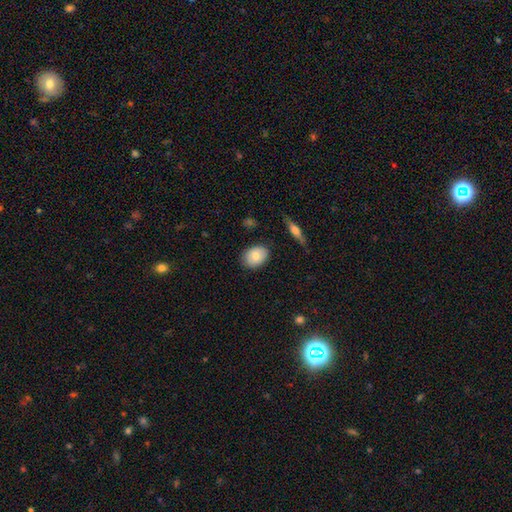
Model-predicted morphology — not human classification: smooth_or_featured: smooth (p=0.75) [alt: featured or disk p=0.18]
how_rounded: in between (p=0.74) [alt: round p=0.24]
merging: none (p=0.84) [alt: minor disturbance p=0.12]